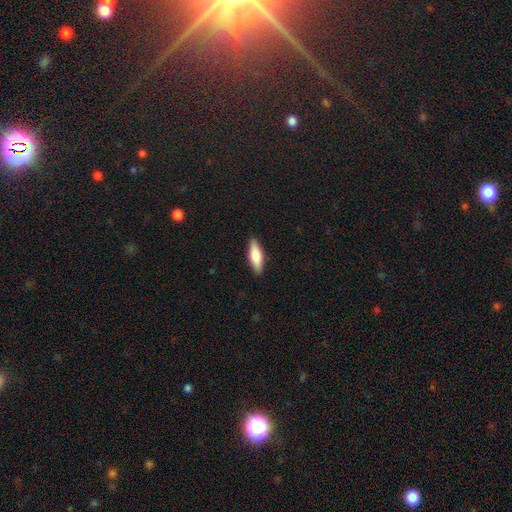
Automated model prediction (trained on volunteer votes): Smooth or featured? smooth (76%)
How rounded? in between (52%)
Merging? none (89%)